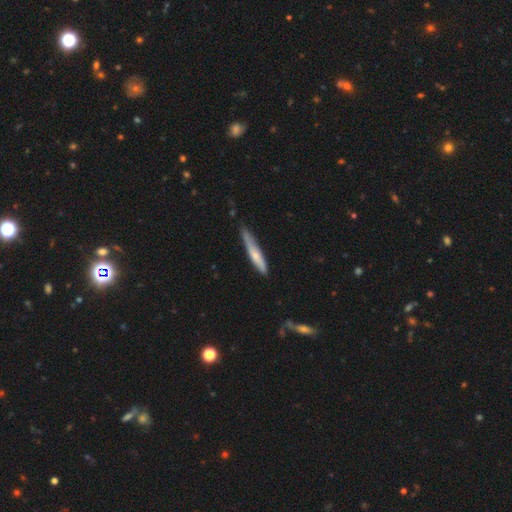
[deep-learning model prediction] smooth-or-featured: smooth: 60% | featured or disk: 35% | star or artifact: 5%
  how-rounded: cigar-shaped: 92% | in between: 7% | round: 1%
  merging: none: 62% | minor disturbance: 30% | major disturbance: 5% | merger: 3%